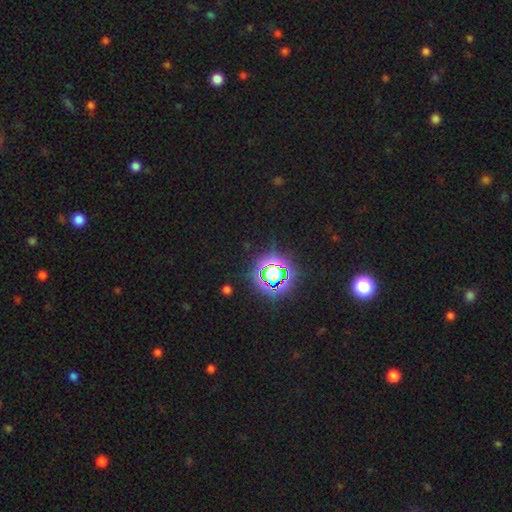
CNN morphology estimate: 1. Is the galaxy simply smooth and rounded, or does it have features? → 78% star or artifact, 15% smooth, 7% featured or disk.